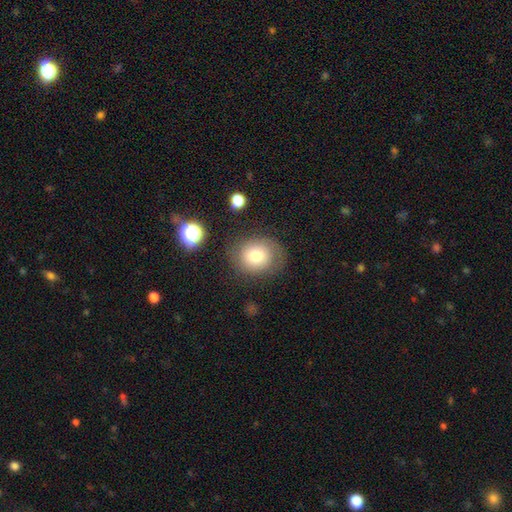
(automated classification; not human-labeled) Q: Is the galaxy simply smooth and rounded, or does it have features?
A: smooth — 73%.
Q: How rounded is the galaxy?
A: round — 66%.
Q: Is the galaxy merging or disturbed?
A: none — 70%.